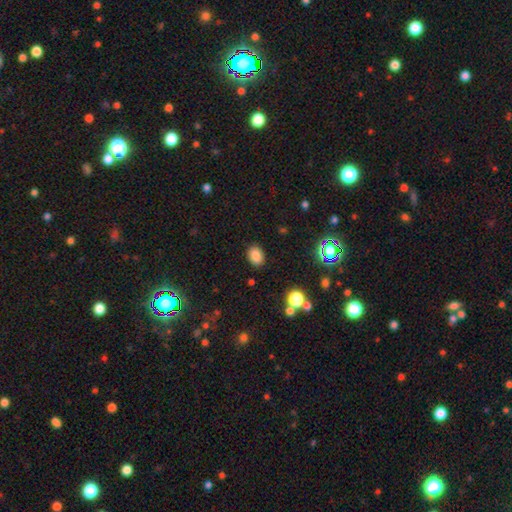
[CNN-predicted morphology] smooth-or-featured: smooth: 83% | star or artifact: 12% | featured or disk: 4%
  how-rounded: in between: 69% | round: 30% | cigar-shaped: 1%
  merging: none: 87% | minor disturbance: 9% | major disturbance: 3% | merger: 2%